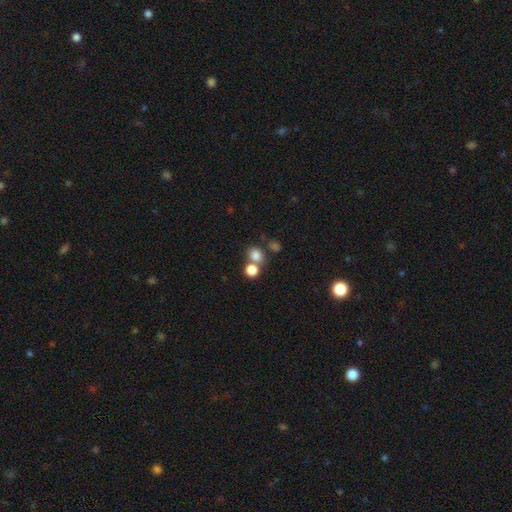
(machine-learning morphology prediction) smooth-or-featured: smooth: 79% | star or artifact: 14% | featured or disk: 7%
  how-rounded: round: 70% | in between: 29% | cigar-shaped: 1%
  merging: none: 55% | merger: 33% | minor disturbance: 8% | major disturbance: 4%